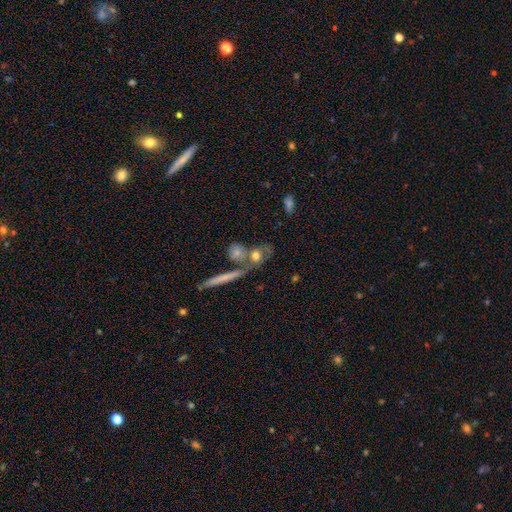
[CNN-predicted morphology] smooth 56%, featured or disk 35%, star or artifact 9%. Down the decision tree: how rounded — in between (40%); merging — none (49%).